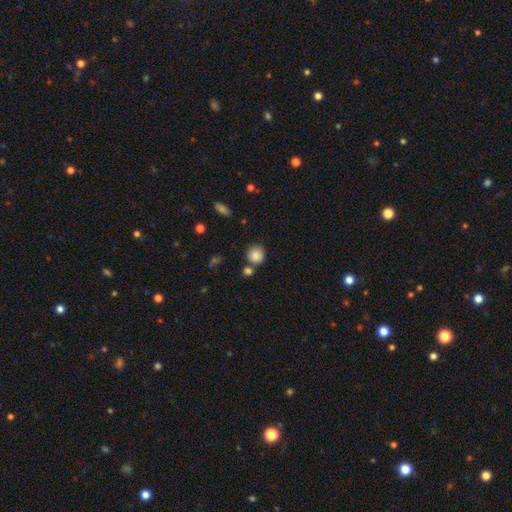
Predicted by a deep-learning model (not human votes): Smooth or featured: smooth — 86% (star or artifact — 9%)
How rounded: round — 89% (in between — 10%)
Merging: none — 69% (merger — 15%)